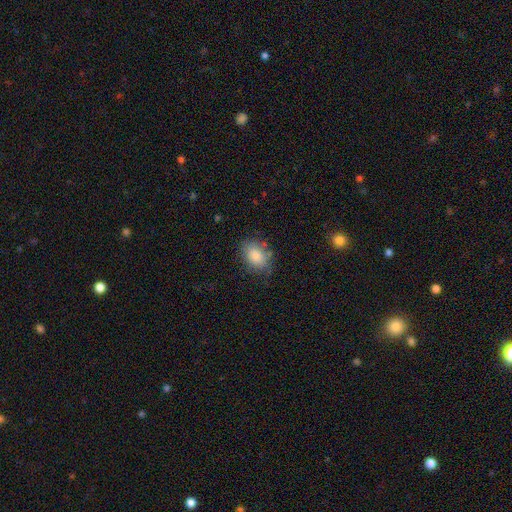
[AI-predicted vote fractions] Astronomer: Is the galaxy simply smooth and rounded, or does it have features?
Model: smooth — 84%.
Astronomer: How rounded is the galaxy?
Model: in between — 77%.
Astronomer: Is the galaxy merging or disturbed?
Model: none — 72%.